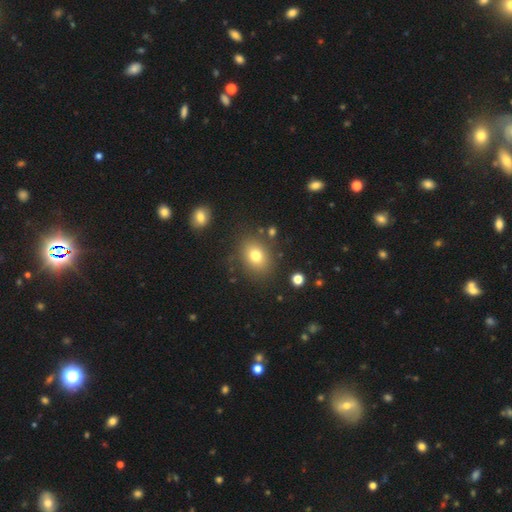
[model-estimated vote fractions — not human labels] Q: Smooth or featured?
A: smooth (77%); runner-up: star or artifact (12%)
Q: How rounded?
A: in between (56%); runner-up: round (43%)
Q: Merging?
A: none (81%); runner-up: minor disturbance (11%)